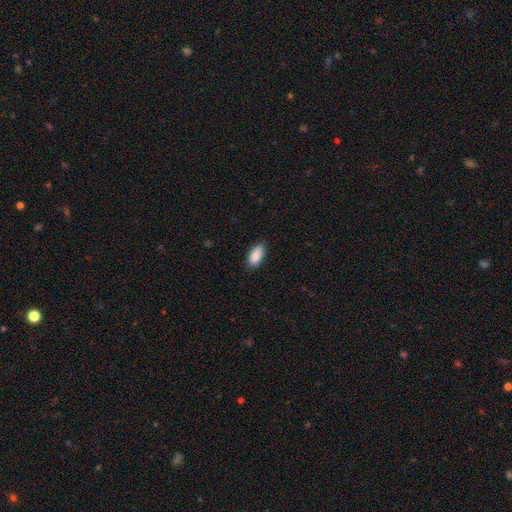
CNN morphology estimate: type=smooth (90%); roundness=in between (92%); merging=none (83%).